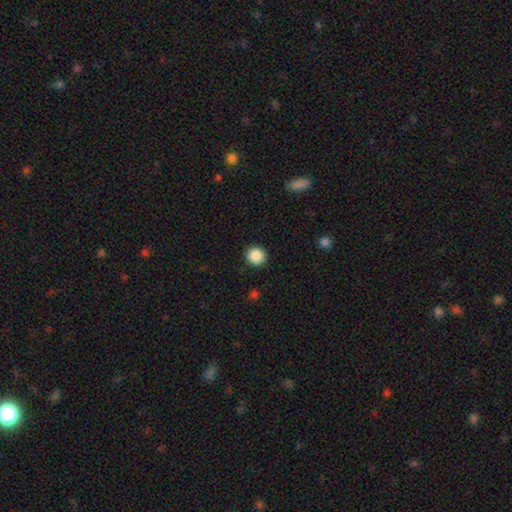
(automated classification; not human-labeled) Smooth or featured? smooth (87%)
How rounded? round (94%)
Merging? none (92%)